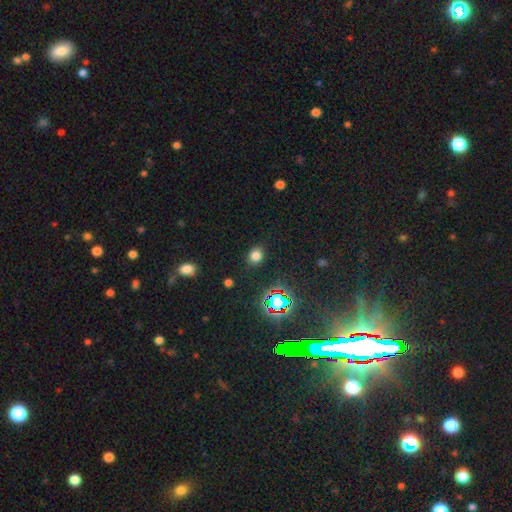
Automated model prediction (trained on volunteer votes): Smooth or featured?
  - smooth: 72% *
  - star or artifact: 21%
  - featured or disk: 7%
How rounded?
  - round: 50% *
  - in between: 48%
  - cigar-shaped: 1%
Merging?
  - none: 85% *
  - minor disturbance: 10%
  - major disturbance: 3%
  - merger: 2%